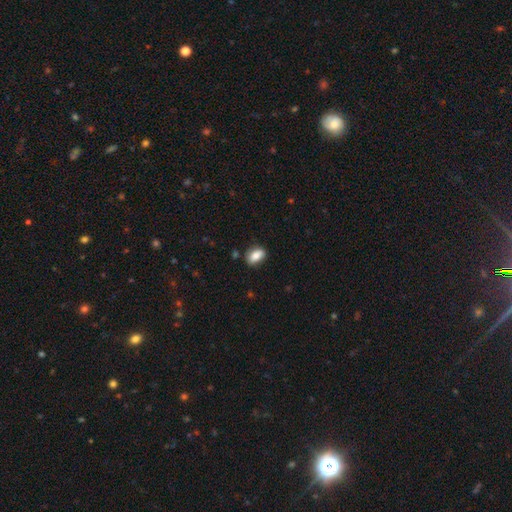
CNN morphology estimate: The model was most divided on "merging": none: 80%, minor disturbance: 15%, major disturbance: 3%, merger: 2%. More confident: how rounded — in between (86%); smooth or featured — smooth (83%).